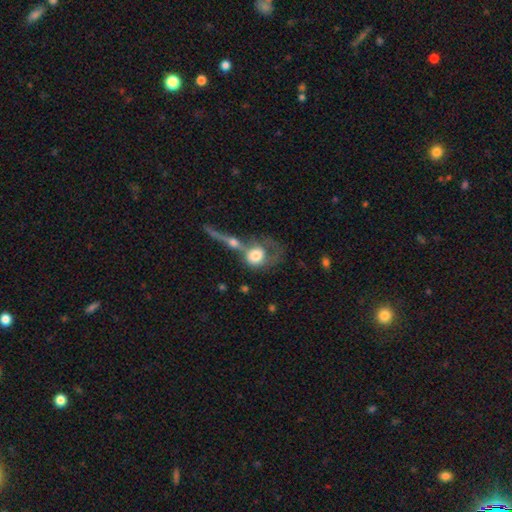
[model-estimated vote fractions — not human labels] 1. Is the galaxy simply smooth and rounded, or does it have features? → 55% smooth, 36% featured or disk, 8% star or artifact.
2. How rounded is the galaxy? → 62% round, 35% in between, 3% cigar-shaped.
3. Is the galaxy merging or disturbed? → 53% merger, 20% major disturbance, 18% none, 10% minor disturbance.